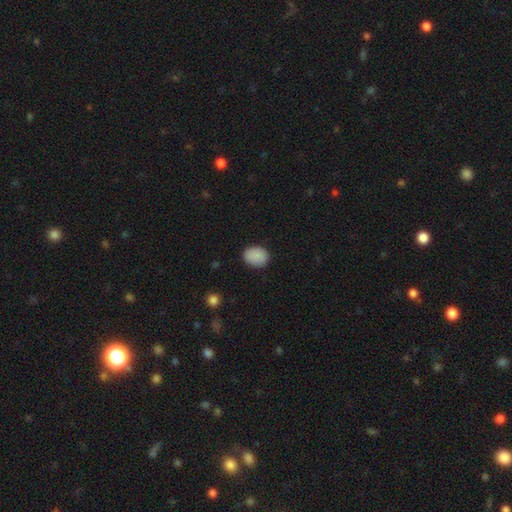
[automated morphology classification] Smooth or featured? Predicted: smooth (p=0.89). How rounded? Predicted: in between (p=0.58). Merging? Predicted: none (p=0.86).